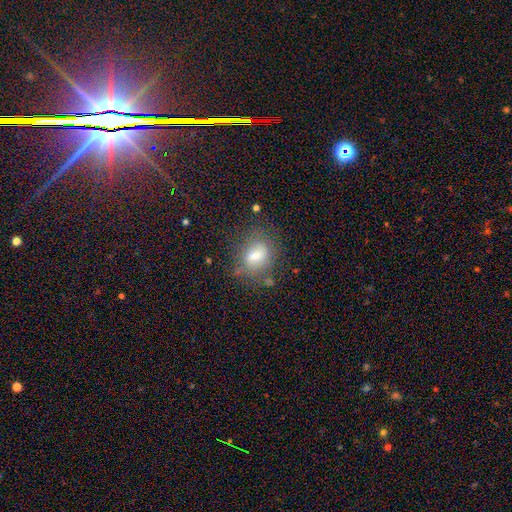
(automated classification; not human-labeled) Smooth or featured? Predicted: smooth (p=0.64). How rounded? Predicted: in between (p=0.64). Merging? Predicted: none (p=0.62).